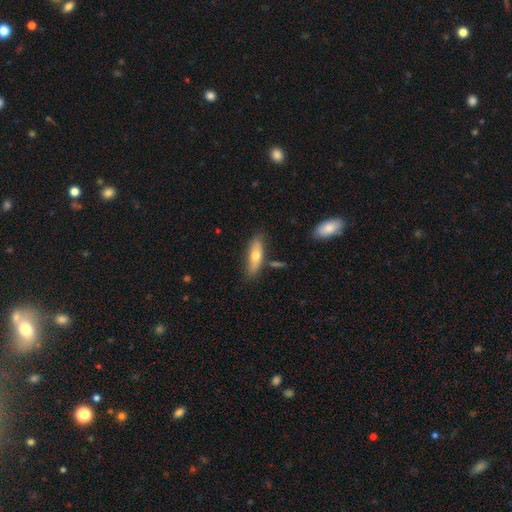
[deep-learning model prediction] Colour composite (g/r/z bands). It shows a smooth galaxy with no disk features (64%) that is in between round and cigar-shaped (58%). Merging: none (74%).